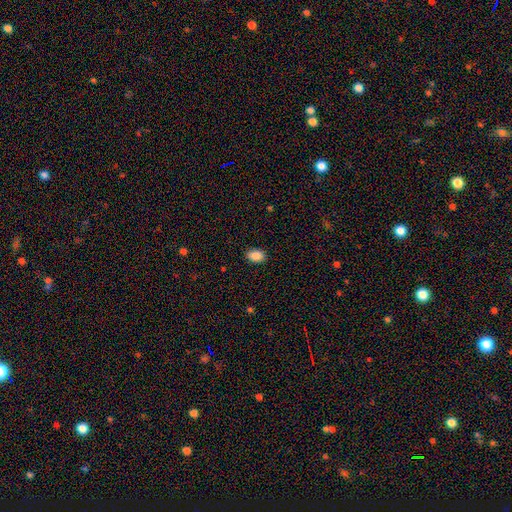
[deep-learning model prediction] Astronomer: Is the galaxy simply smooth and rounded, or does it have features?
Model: smooth — 88%.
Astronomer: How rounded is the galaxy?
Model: in between — 82%.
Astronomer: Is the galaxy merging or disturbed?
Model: none — 89%.